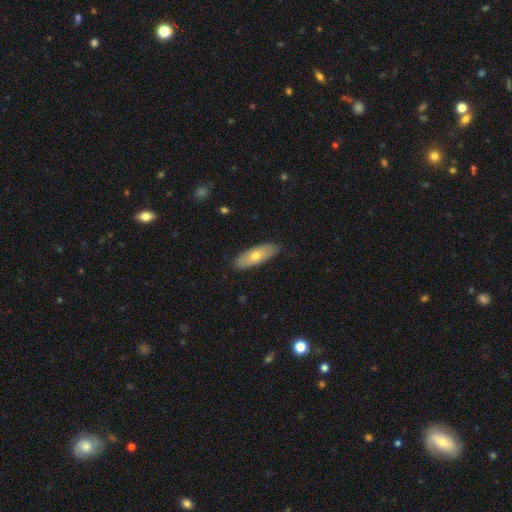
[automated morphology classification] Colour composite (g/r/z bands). It shows a smooth galaxy with no disk features (63%) that is in between round and cigar-shaped (61%). Merging: none (87%).